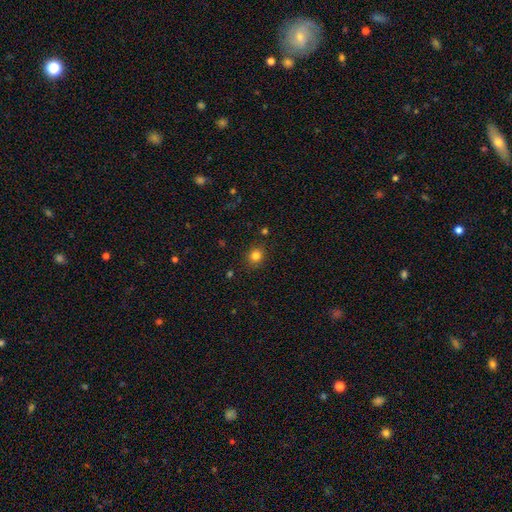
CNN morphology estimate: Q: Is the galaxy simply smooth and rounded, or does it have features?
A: smooth — 81%.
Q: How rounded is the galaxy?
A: round — 79%.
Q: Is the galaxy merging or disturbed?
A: none — 87%.